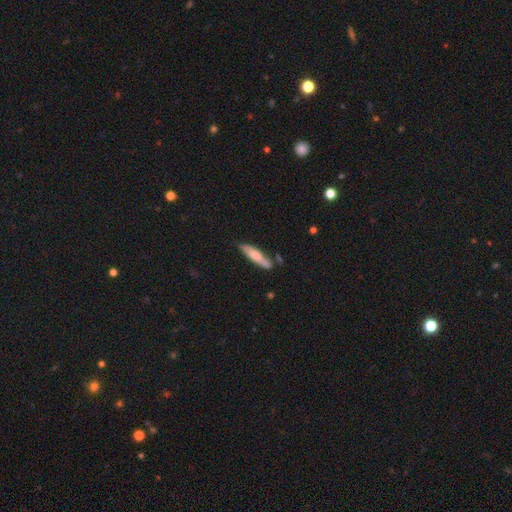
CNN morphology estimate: Q: Smooth or featured?
A: smooth (67%); runner-up: featured or disk (28%)
Q: How rounded?
A: cigar-shaped (78%); runner-up: in between (20%)
Q: Merging?
A: none (67%); runner-up: minor disturbance (21%)